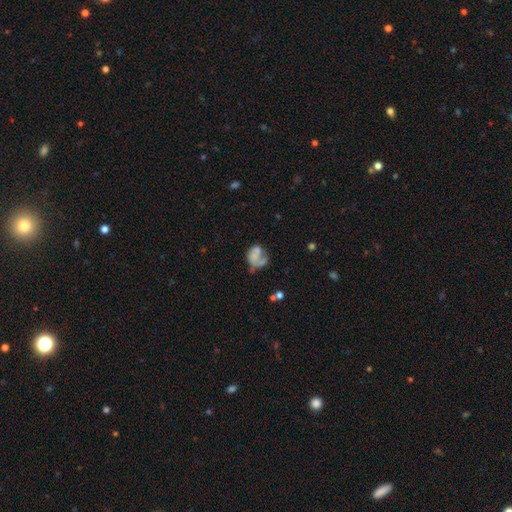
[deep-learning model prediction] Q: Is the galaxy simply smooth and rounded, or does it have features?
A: featured or disk — 46%.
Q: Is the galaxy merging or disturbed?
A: major disturbance — 36%.